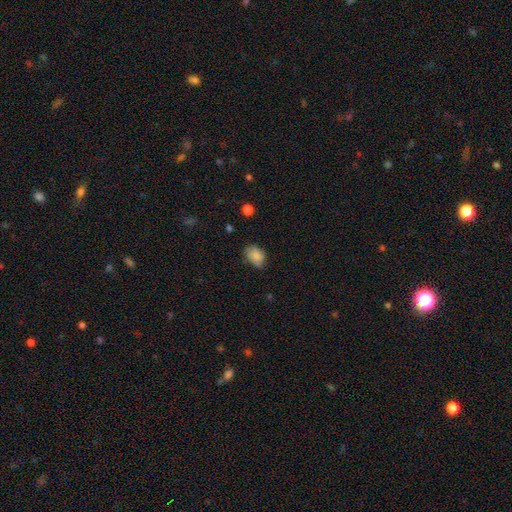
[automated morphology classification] Overall: smooth (82%). How rounded: in between (74%). Merging: none (57%; minor disturbance 33%).